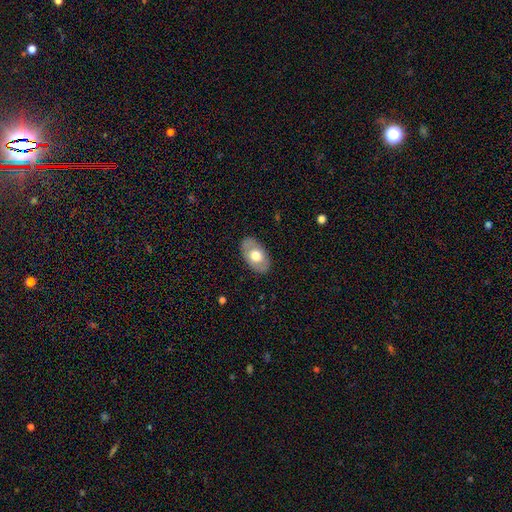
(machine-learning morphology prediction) The model was most divided on "smooth or featured": smooth: 61%, featured or disk: 34%, star or artifact: 5%. More confident: how rounded — in between (91%); merging — none (85%).